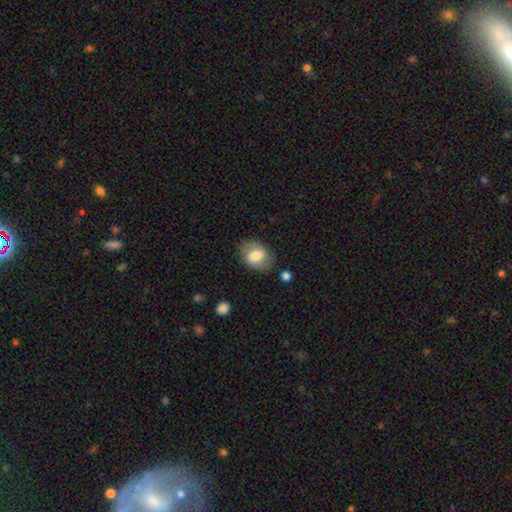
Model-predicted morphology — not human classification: The model was most divided on "smooth or featured": smooth: 59%, featured or disk: 34%, star or artifact: 7%. More confident: merging — none (78%); how rounded — in between (66%).